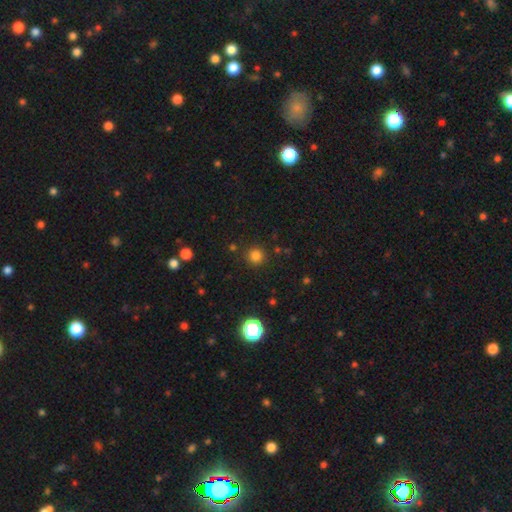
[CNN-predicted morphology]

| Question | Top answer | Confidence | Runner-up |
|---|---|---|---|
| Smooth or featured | smooth | 80% | star or artifact (16%) |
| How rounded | round | 93% | in between (6%) |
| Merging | none | 88% | minor disturbance (7%) |